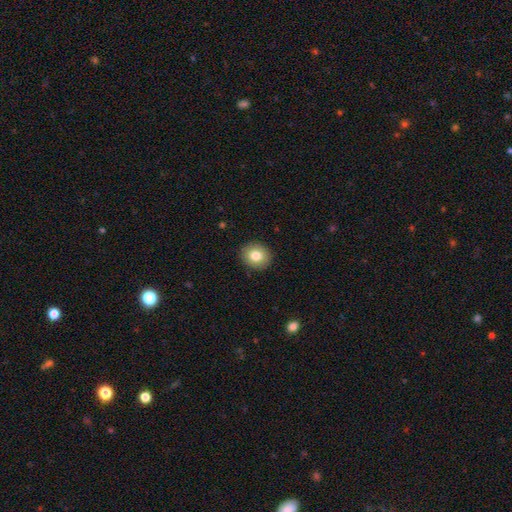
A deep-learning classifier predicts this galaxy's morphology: This is clearly a smooth galaxy (81%). How rounded: likely round (72%). Merging: clearly none (90%).